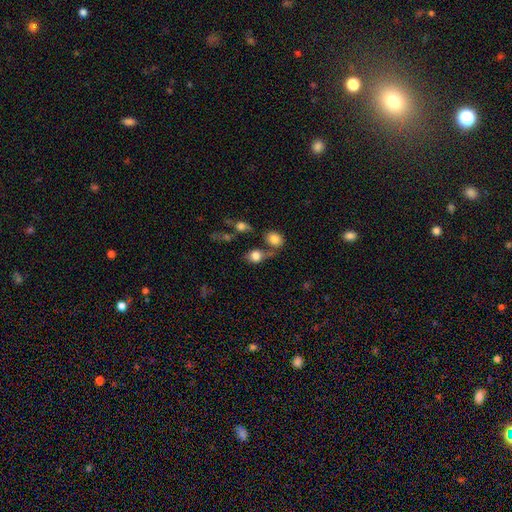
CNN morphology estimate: Smooth or featured? smooth (79%)
How rounded? round (52%)
Merging? none (39%, tied with merger)